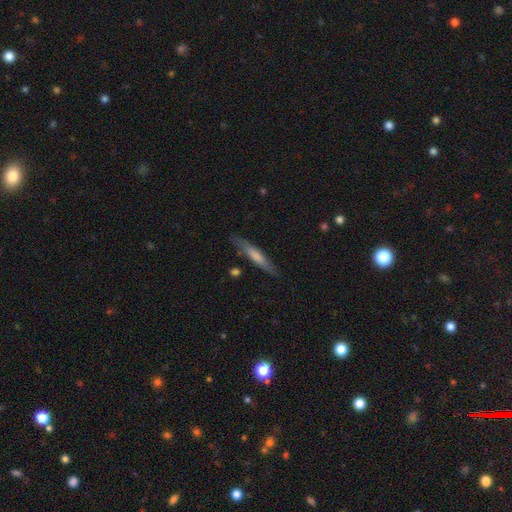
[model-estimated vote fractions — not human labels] This appears to be a smooth galaxy with no disk features (53%) that is cigar-shaped (91%). Merging: none (82%).